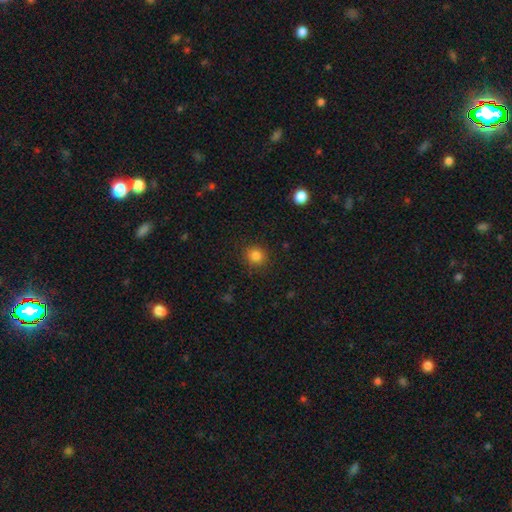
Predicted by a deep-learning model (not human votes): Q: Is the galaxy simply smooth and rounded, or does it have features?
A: smooth — 83%.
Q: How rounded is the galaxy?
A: round — 89%.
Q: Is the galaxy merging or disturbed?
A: none — 89%.